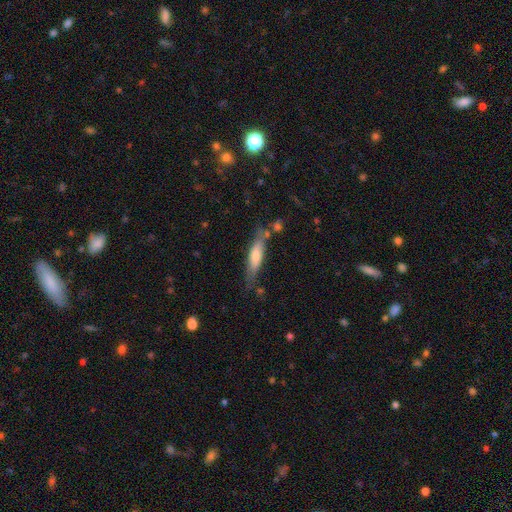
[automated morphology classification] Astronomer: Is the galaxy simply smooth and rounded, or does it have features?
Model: smooth — 64%.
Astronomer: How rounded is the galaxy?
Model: cigar-shaped — 70%.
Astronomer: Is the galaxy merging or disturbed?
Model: none — 65%.